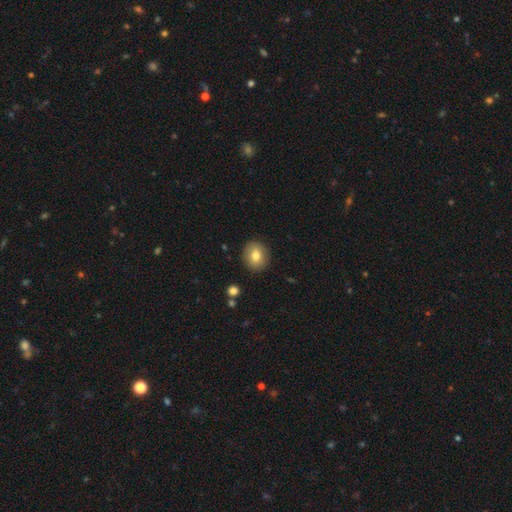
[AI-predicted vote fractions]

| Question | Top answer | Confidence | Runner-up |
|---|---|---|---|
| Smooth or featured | smooth | 79% | featured or disk (12%) |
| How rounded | round | 73% | in between (26%) |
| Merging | none | 89% | minor disturbance (8%) |